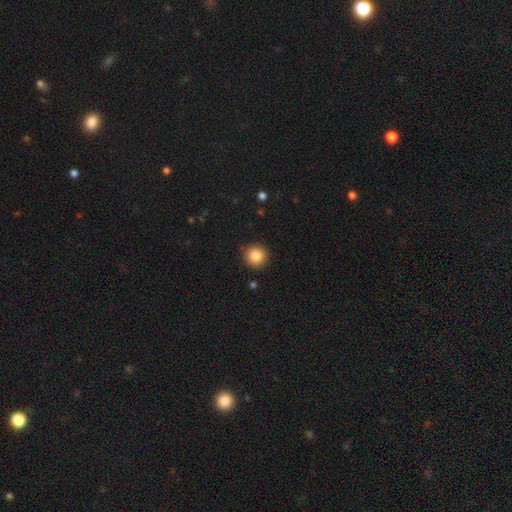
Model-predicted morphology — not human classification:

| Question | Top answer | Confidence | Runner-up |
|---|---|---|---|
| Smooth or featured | smooth | 85% | star or artifact (10%) |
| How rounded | round | 94% | in between (5%) |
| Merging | none | 90% | minor disturbance (6%) |